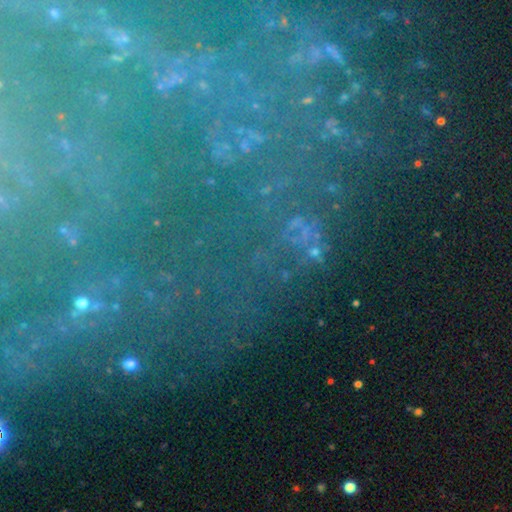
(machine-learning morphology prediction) smooth-or-featured: star or artifact: 57% | featured or disk: 29% | smooth: 14%